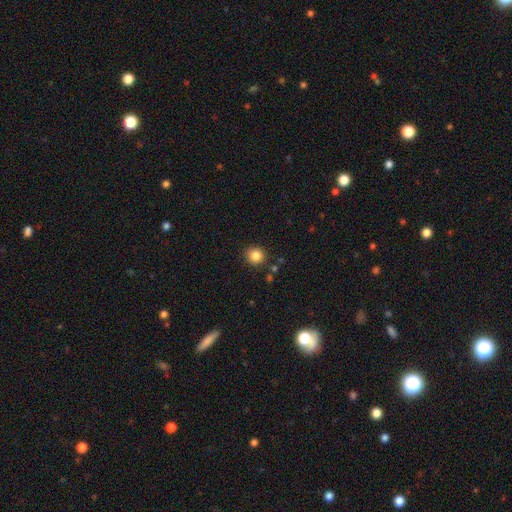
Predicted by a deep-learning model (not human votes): smooth_or_featured: smooth (p=0.85) [alt: star or artifact p=0.11]
how_rounded: round (p=0.90) [alt: in between p=0.09]
merging: none (p=0.87) [alt: minor disturbance p=0.08]